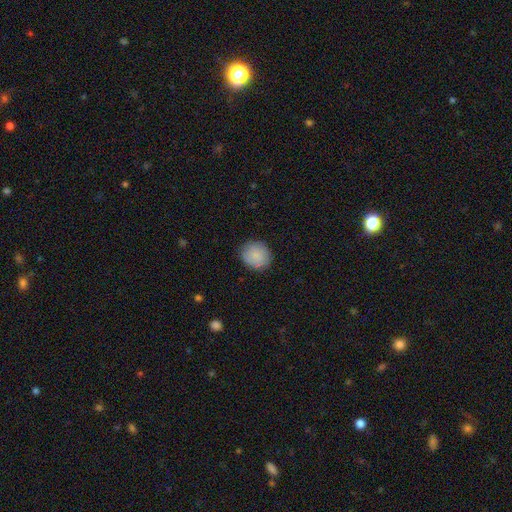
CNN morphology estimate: Smooth or featured? Predicted: smooth (p=0.84). How rounded? Predicted: round (p=0.84). Merging? Predicted: none (p=0.86).